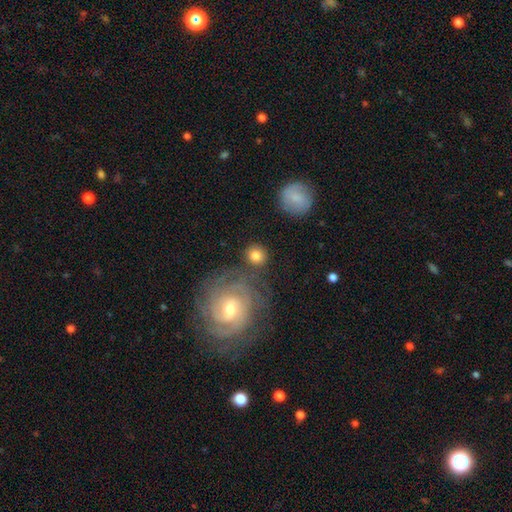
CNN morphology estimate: smooth-or-featured: smooth: 80% | featured or disk: 12% | star or artifact: 8%
  how-rounded: round: 84% | in between: 15% | cigar-shaped: 1%
  merging: none: 74% | minor disturbance: 11% | merger: 10% | major disturbance: 5%